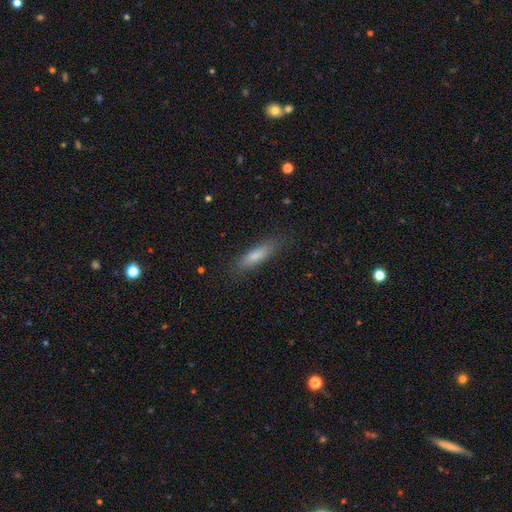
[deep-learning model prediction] smooth 78%, featured or disk 15%, star or artifact 7%. Down the decision tree: how rounded — cigar-shaped (67%); merging — none (83%).